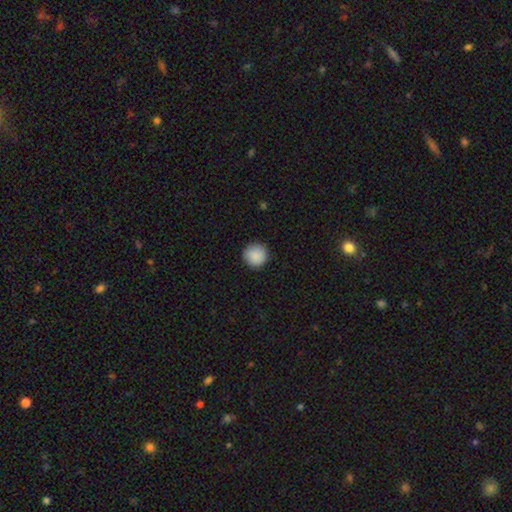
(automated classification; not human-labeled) smooth_or_featured: smooth (p=0.90) [alt: star or artifact p=0.07]
how_rounded: round (p=0.96) [alt: in between p=0.03]
merging: none (p=0.91) [alt: minor disturbance p=0.06]